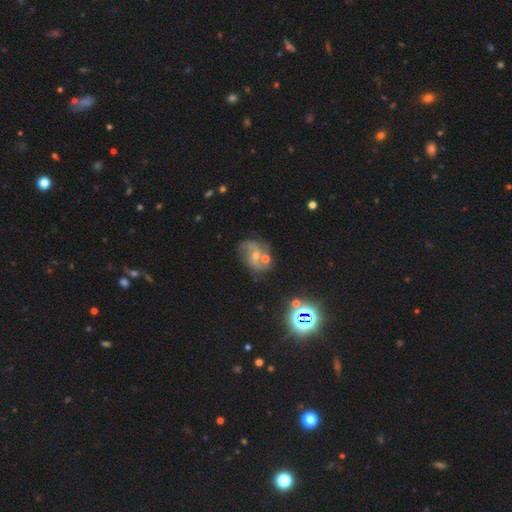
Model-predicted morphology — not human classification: Overall: featured or disk (60%; star or artifact 24%). Edge-on disk: no (97%). Bar: no (56%; weak 33%). Spiral arms: yes (83%). Bulge size: small (55%; moderate 38%). Merging: none (49%; merger 24%).